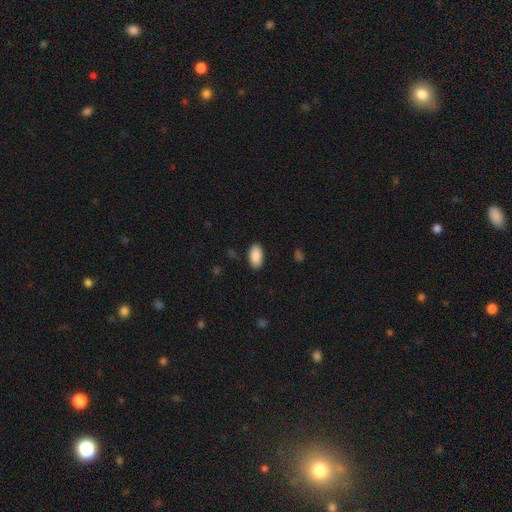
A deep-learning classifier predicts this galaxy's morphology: The model was most divided on "merging": none: 88%, minor disturbance: 8%, major disturbance: 2%, merger: 1%. More confident: how rounded — in between (95%); smooth or featured — smooth (90%).